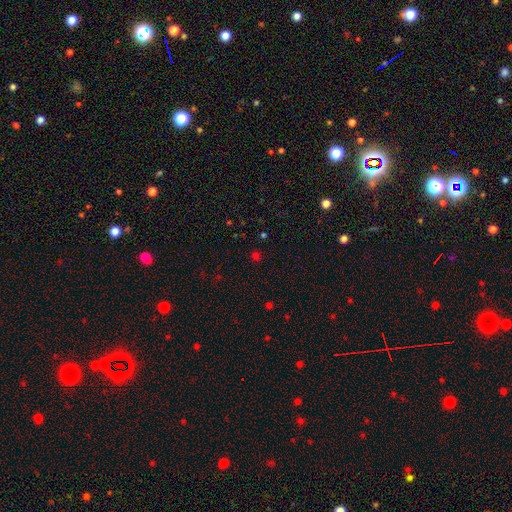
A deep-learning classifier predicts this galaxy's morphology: The model was most divided on "smooth or featured": smooth: 53%, star or artifact: 42%, featured or disk: 6%. More confident: how rounded — round (84%); merging — none (84%).